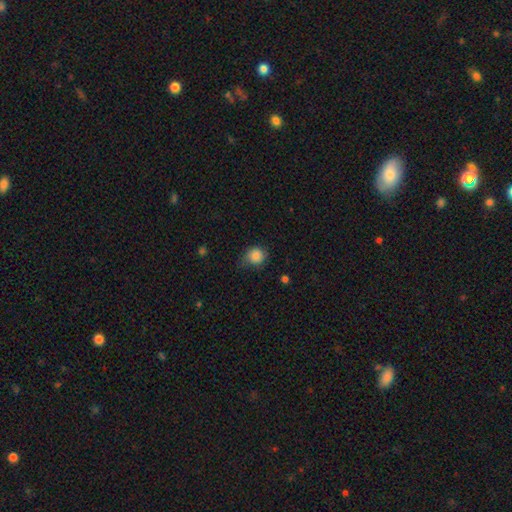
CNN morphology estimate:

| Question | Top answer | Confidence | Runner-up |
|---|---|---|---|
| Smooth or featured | smooth | 83% | star or artifact (9%) |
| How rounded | round | 79% | in between (20%) |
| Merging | none | 55% | minor disturbance (33%) |